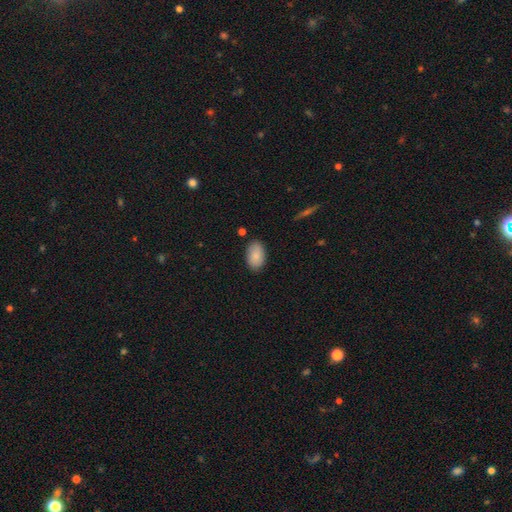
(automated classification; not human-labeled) Smooth or featured: smooth — 86% (featured or disk — 7%)
How rounded: in between — 92% (round — 7%)
Merging: none — 83% (minor disturbance — 12%)